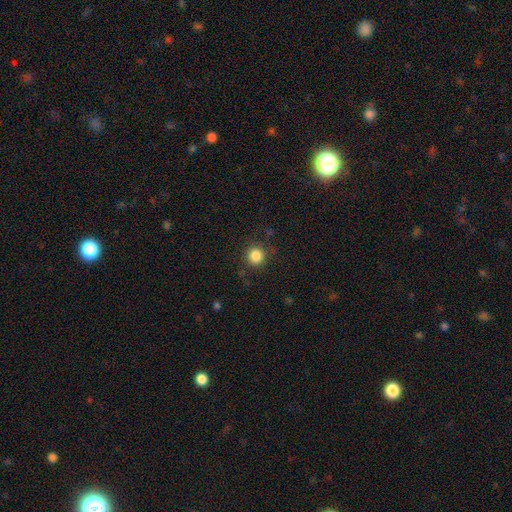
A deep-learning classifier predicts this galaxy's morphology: The model was most divided on "smooth or featured": smooth: 85%, star or artifact: 11%, featured or disk: 4%. More confident: how rounded — round (94%); merging — none (88%).